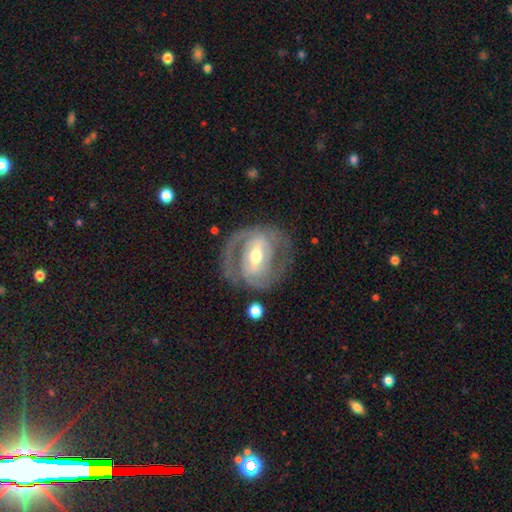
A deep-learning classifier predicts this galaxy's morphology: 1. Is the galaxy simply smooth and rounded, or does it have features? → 84% featured or disk, 11% smooth, 5% star or artifact.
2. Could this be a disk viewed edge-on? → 96% no, 4% yes.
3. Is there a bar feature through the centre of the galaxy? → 50% strong, 35% weak, 15% no.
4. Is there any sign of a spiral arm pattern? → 84% yes, 16% no.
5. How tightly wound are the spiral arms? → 45% tight, 42% medium, 13% loose.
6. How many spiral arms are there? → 77% 2, 11% can't tell, 5% 1, 4% 3, 1% 4, 1% more than 4.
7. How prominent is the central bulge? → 69% moderate, 23% small, 6% large, 1% none, 1% dominant.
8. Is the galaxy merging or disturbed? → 72% none, 15% minor disturbance, 10% major disturbance, 2% merger.